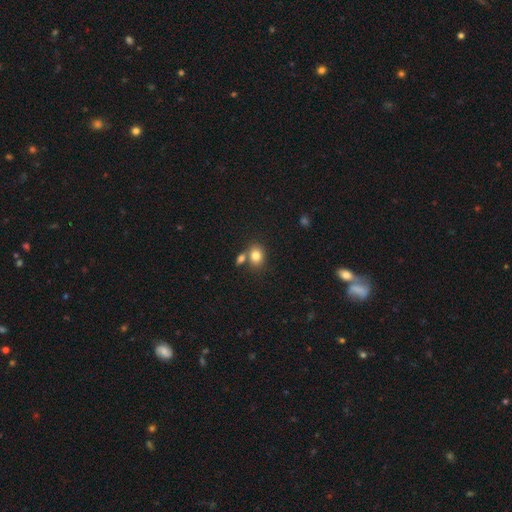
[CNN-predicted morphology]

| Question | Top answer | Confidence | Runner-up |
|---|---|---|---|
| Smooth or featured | smooth | 81% | star or artifact (10%) |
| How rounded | in between | 52% | round (47%) |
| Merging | none | 60% | merger (26%) |